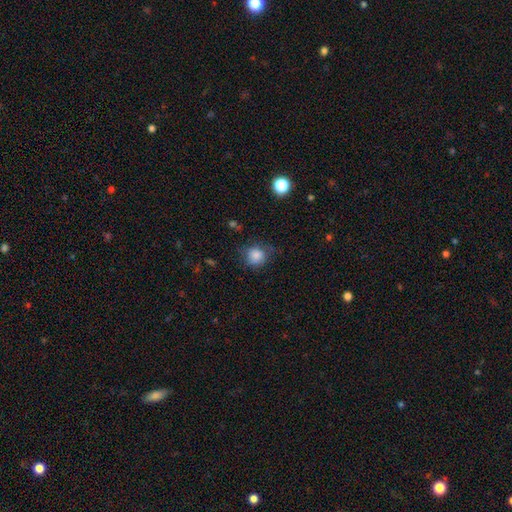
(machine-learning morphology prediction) Q: Smooth or featured?
A: smooth (84%); runner-up: star or artifact (9%)
Q: How rounded?
A: round (83%); runner-up: in between (16%)
Q: Merging?
A: none (62%); runner-up: minor disturbance (26%)